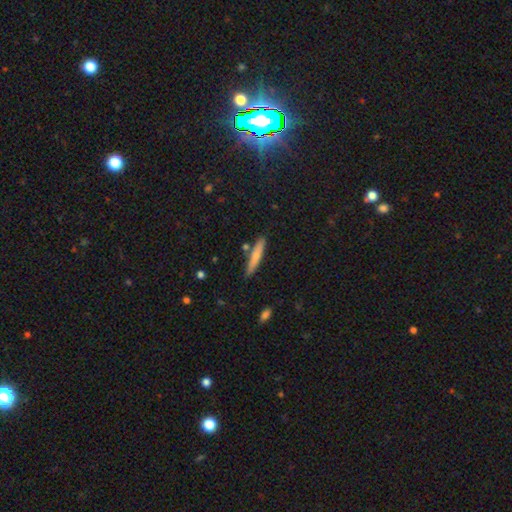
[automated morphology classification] type=smooth (71%); roundness=cigar-shaped (90%); merging=none (83%).